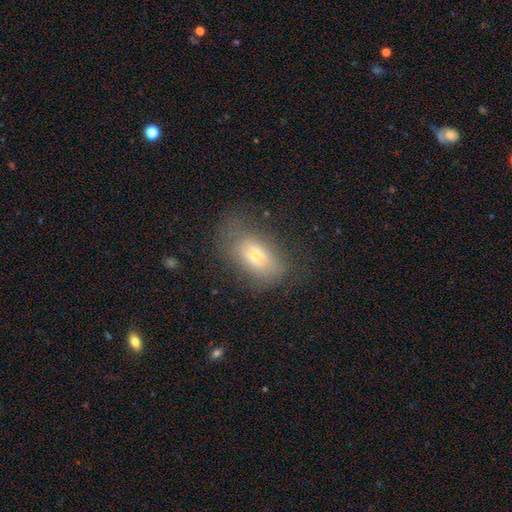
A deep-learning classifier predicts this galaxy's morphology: Q: Smooth or featured?
A: smooth (59%); runner-up: featured or disk (29%)
Q: How rounded?
A: in between (84%); runner-up: round (10%)
Q: Merging?
A: none (54%); runner-up: minor disturbance (27%)